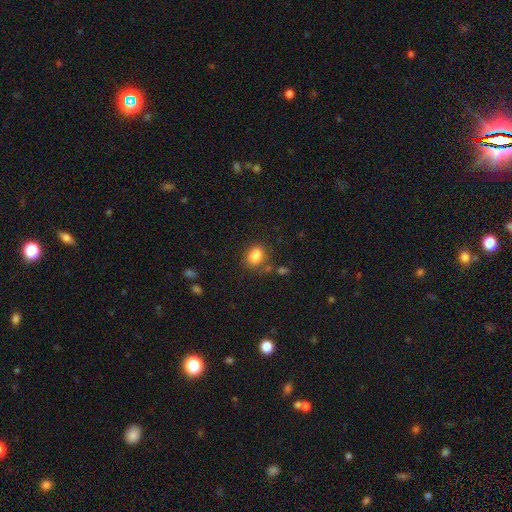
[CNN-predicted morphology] Overall: smooth (85%). How rounded: in between (64%; round 35%). Merging: none (74%).